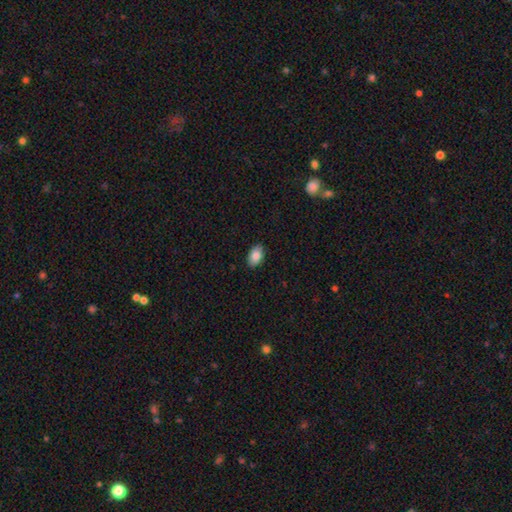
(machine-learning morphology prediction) smooth 85%, featured or disk 8%, star or artifact 7%. Down the decision tree: how rounded — in between (92%); merging — none (88%).